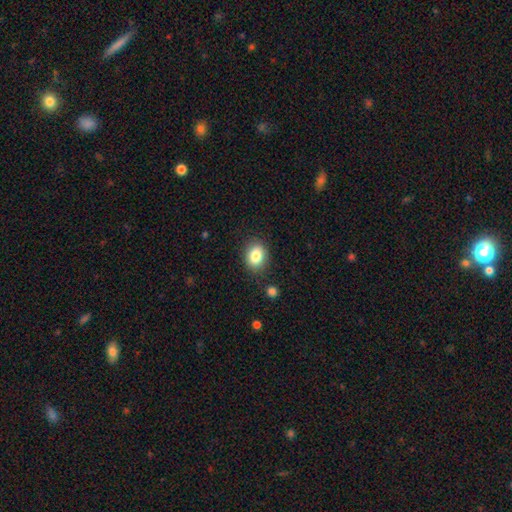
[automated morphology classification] smooth_or_featured: smooth (p=0.83) [alt: star or artifact p=0.10]
how_rounded: in between (p=0.54) [alt: round p=0.45]
merging: none (p=0.85) [alt: minor disturbance p=0.10]